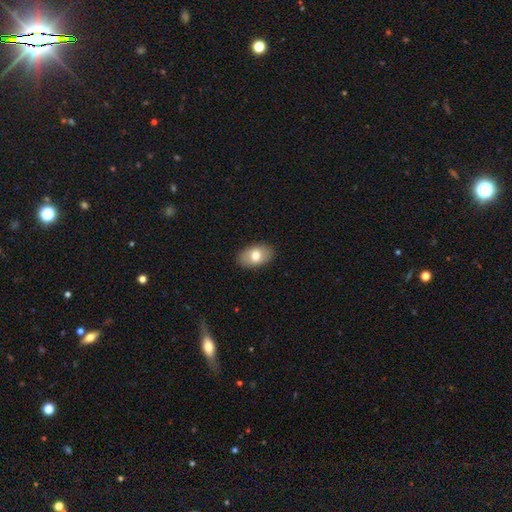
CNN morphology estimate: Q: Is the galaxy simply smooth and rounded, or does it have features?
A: smooth — 73%.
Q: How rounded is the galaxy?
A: in between — 90%.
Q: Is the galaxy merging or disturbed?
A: none — 88%.